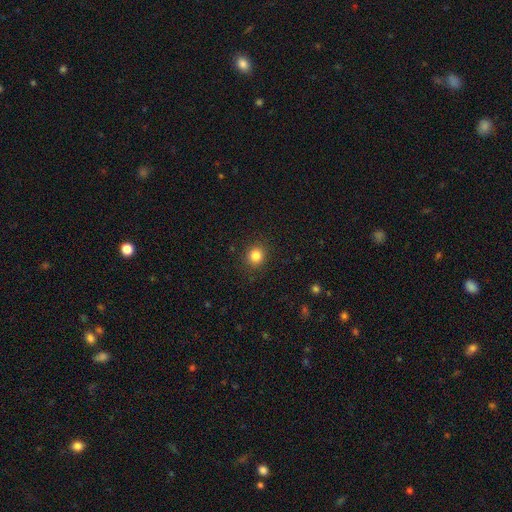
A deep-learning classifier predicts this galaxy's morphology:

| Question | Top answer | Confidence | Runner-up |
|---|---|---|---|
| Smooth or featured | smooth | 84% | star or artifact (11%) |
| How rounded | round | 86% | in between (13%) |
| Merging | none | 90% | minor disturbance (7%) |